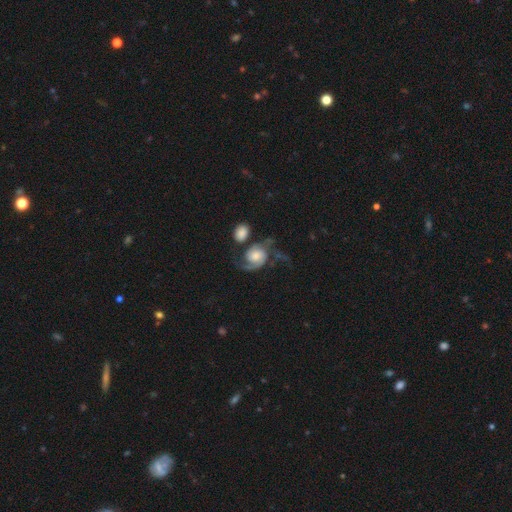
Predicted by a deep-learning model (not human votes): Morphology: type=featured or disk (84%); edge-on=no (98%); bar=no (69%); spiral arms=yes (96%); winding=medium (47%); arm count=2 (85%); bulge=moderate (42%); merging=none (46%).